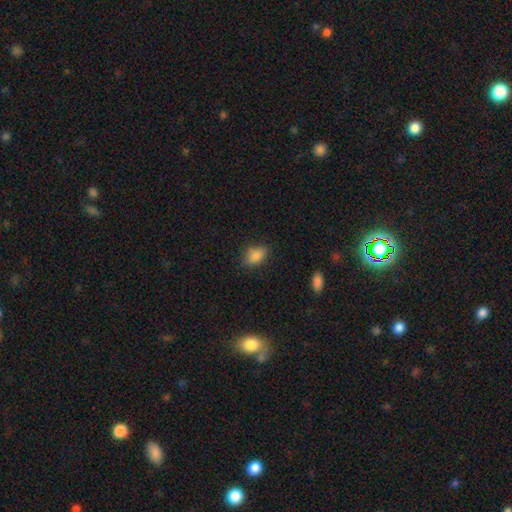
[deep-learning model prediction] Smooth or featured?
  - smooth: 84% *
  - star or artifact: 9%
  - featured or disk: 7%
How rounded?
  - in between: 81% *
  - round: 17%
  - cigar-shaped: 2%
Merging?
  - none: 79% *
  - minor disturbance: 17%
  - major disturbance: 3%
  - merger: 1%